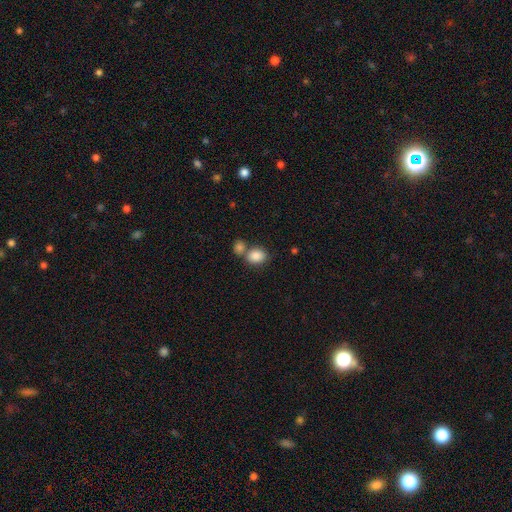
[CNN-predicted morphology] smooth_or_featured: smooth (p=0.86) [alt: star or artifact p=0.08]
how_rounded: in between (p=0.53) [alt: round p=0.46]
merging: none (p=0.49) [alt: merger p=0.38]